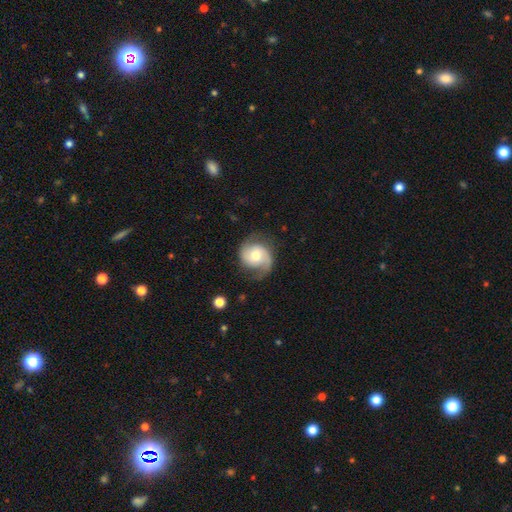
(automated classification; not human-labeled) Overall: featured or disk (75%). Edge-on disk: no (98%). Bar: no (63%; weak 30%). Spiral arms: yes (94%). Spiral arm count: 2 (77%). Spiral winding: medium (46%; tight 28%). Bulge size: moderate (64%; small 26%). Merging: none (68%).